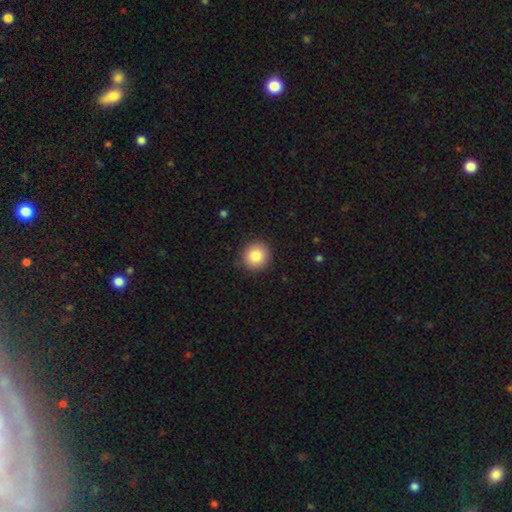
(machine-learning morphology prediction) type=smooth (84%); roundness=round (92%); merging=none (89%).